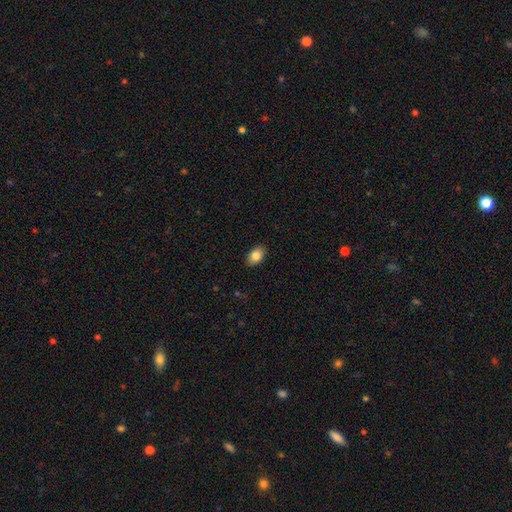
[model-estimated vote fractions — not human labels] smooth_or_featured: smooth (p=0.84) [alt: featured or disk p=0.08]
how_rounded: in between (p=0.89) [alt: round p=0.09]
merging: none (p=0.90) [alt: minor disturbance p=0.08]